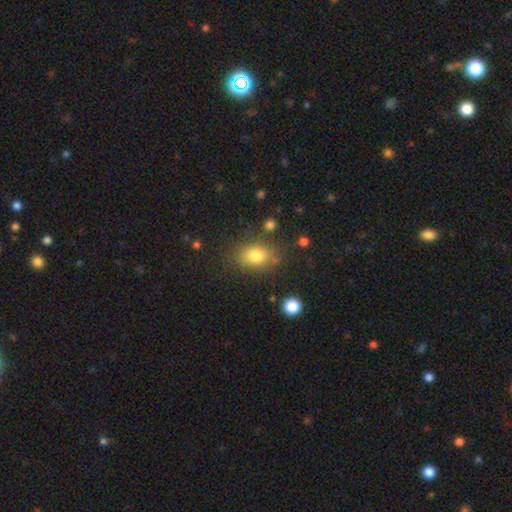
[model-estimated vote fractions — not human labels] A smooth galaxy with no disk features (79%) that is in between round and cigar-shaped (68%). Merging: none (76%).